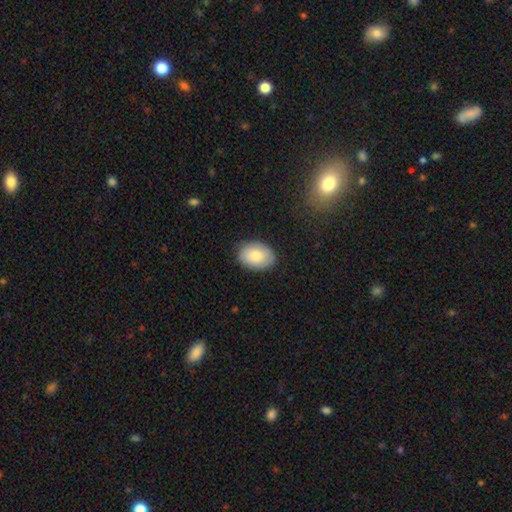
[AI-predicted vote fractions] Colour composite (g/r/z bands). It shows a smooth galaxy with no disk features (85%) that is in between round and cigar-shaped (83%). Merging: none (83%).